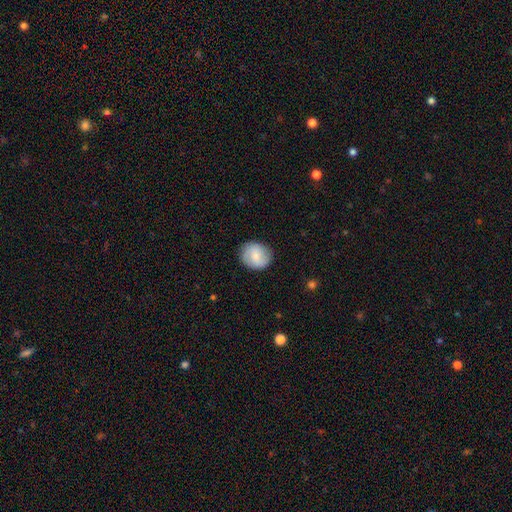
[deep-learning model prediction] smooth-or-featured: smooth: 77% | featured or disk: 17% | star or artifact: 7%
  how-rounded: round: 77% | in between: 22% | cigar-shaped: 1%
  merging: none: 86% | minor disturbance: 10% | major disturbance: 3% | merger: 1%